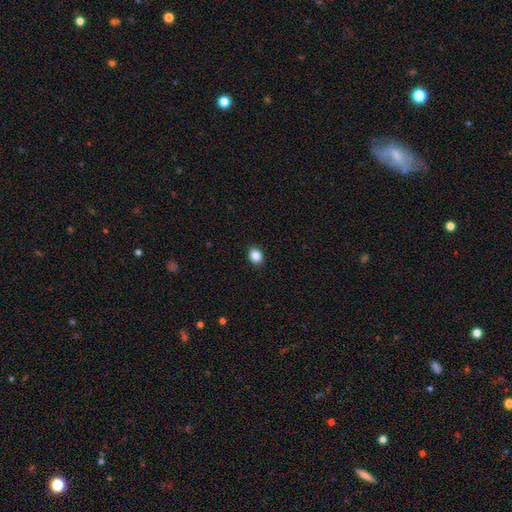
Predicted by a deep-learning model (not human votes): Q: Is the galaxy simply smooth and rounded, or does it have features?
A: smooth — 86%.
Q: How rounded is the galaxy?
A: round — 51%.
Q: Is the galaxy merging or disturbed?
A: none — 91%.